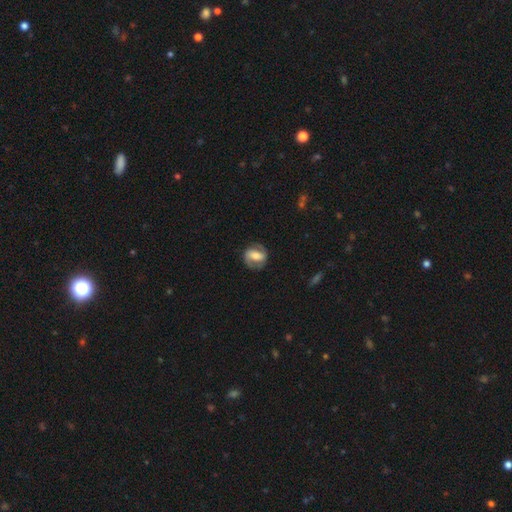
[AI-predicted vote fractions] This appears to be a featured or disk galaxy (65%) with a strong bar (42%), 2 (88%) medium (48%) spiral arms (84%) and a moderate central bulge (54%). Merging: none (81%).